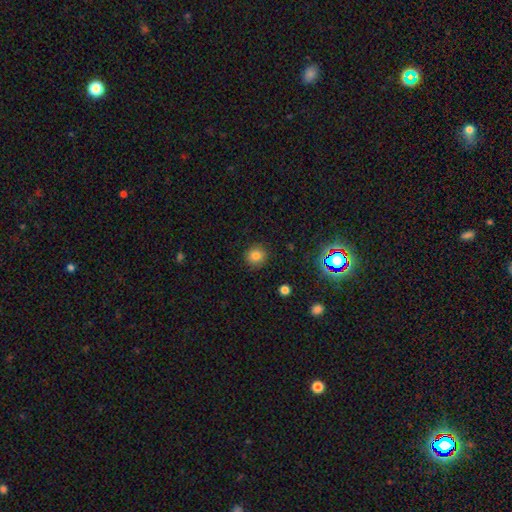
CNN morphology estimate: This is clearly a smooth galaxy (81%). How rounded: clearly round (89%). Merging: clearly none (89%).